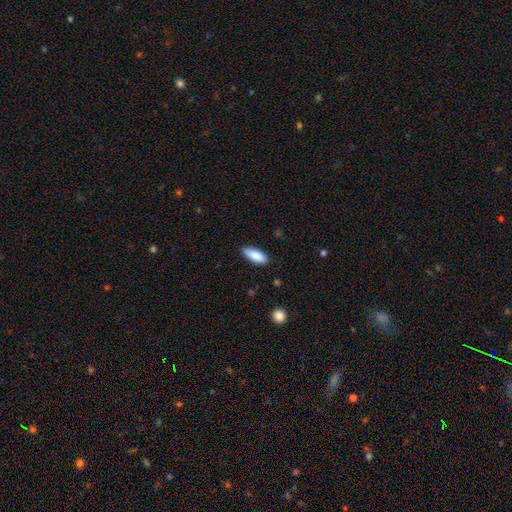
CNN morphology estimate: Smooth or featured: smooth — 88% (star or artifact — 6%)
How rounded: in between — 80% (cigar-shaped — 18%)
Merging: none — 81% (minor disturbance — 15%)